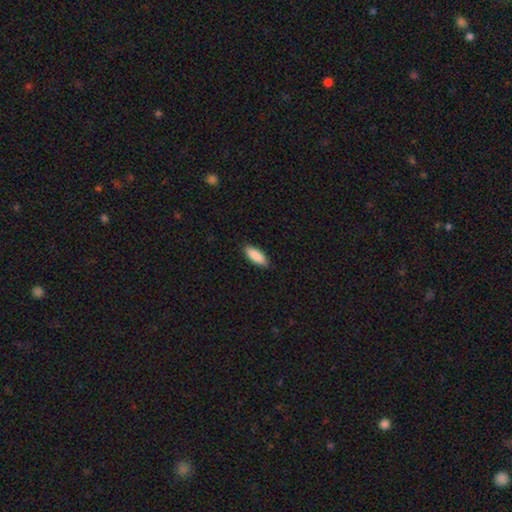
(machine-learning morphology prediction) smooth-or-featured: smooth: 89% | star or artifact: 6% | featured or disk: 5%
  how-rounded: in between: 72% | cigar-shaped: 26% | round: 2%
  merging: none: 87% | minor disturbance: 10% | major disturbance: 2% | merger: 1%